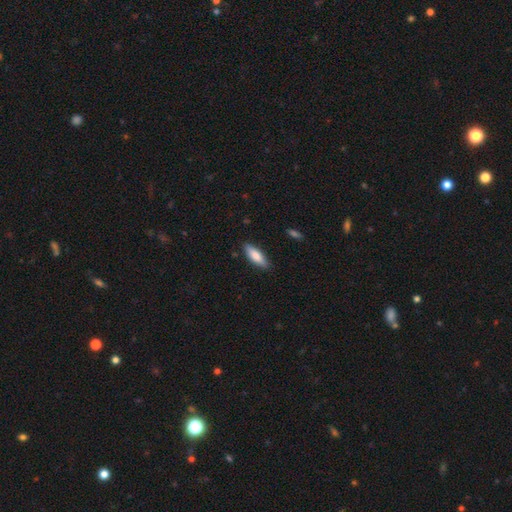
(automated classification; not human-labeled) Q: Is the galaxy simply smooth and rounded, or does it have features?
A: smooth — 77%.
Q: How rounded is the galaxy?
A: in between — 54%.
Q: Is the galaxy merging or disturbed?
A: none — 86%.